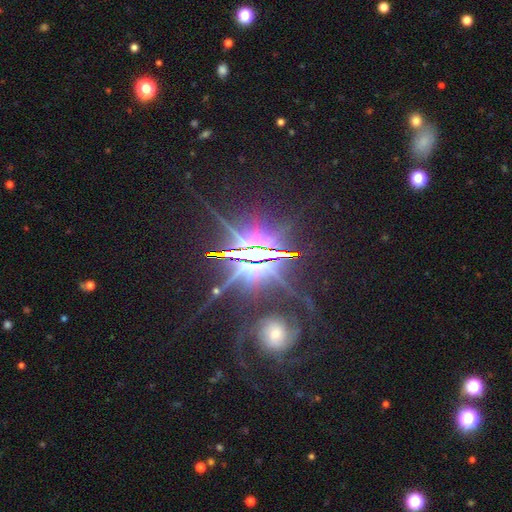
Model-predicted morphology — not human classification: This appears to be a star or artifact, not a galaxy (78%).